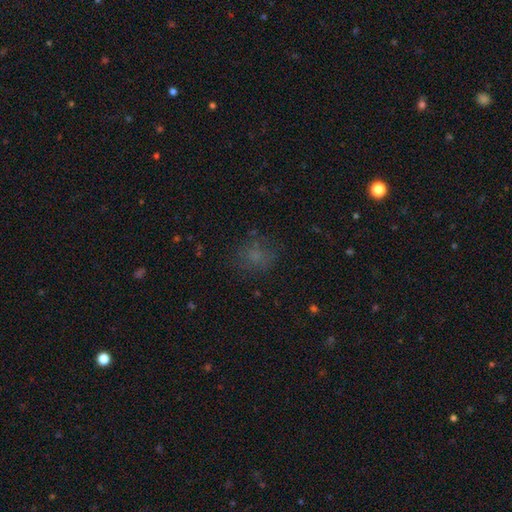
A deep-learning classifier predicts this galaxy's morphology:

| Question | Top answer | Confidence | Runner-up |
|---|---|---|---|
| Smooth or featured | smooth | 63% | star or artifact (24%) |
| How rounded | round | 72% | in between (26%) |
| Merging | none | 69% | minor disturbance (17%) |